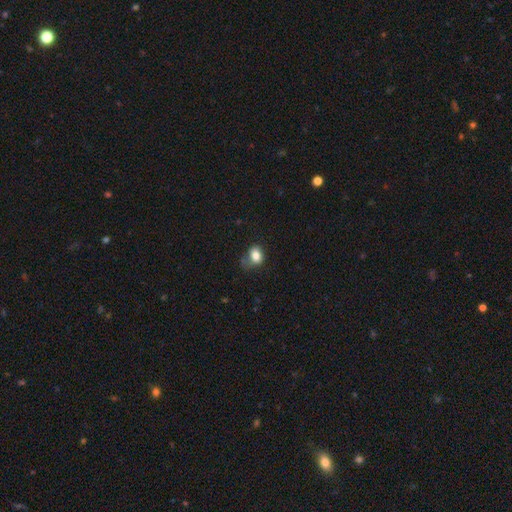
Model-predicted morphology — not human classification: A smooth galaxy with no disk features (81%) that is in between round and cigar-shaped (59%).

Vote fractions:
- Smooth or featured? smooth: 81% / star or artifact: 10% / featured or disk: 9%
- How rounded? in between: 59% / round: 40% / cigar-shaped: 1%
- Merging? none: 45% / minor disturbance: 34% / major disturbance: 16% / merger: 5%